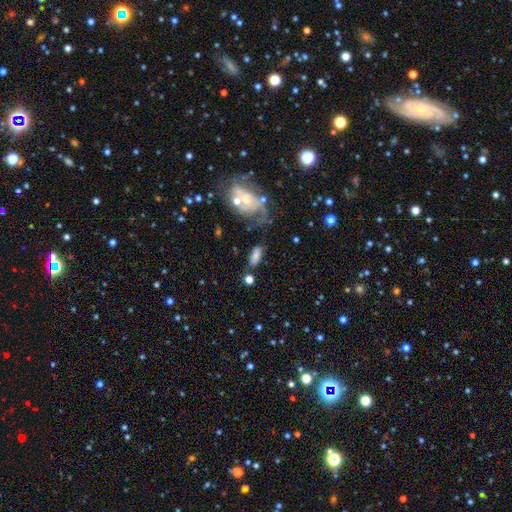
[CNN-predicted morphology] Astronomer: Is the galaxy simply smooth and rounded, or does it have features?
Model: smooth — 71%.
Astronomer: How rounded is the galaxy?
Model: in between — 84%.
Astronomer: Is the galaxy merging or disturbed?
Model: none — 63%.